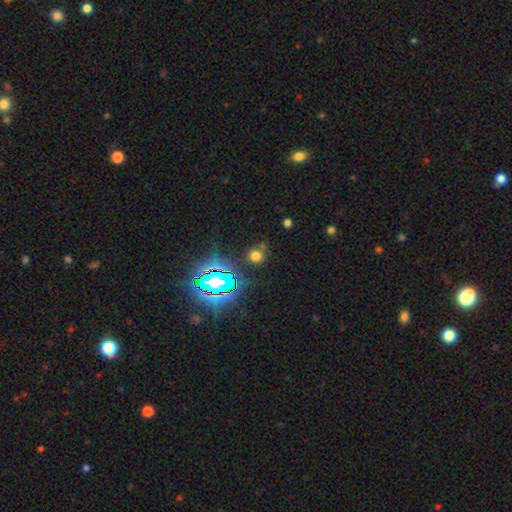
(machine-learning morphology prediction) Smooth or featured?
  - smooth: 59% *
  - star or artifact: 34%
  - featured or disk: 8%
How rounded?
  - round: 84% *
  - in between: 14%
  - cigar-shaped: 1%
Merging?
  - none: 74% *
  - minor disturbance: 12%
  - merger: 9%
  - major disturbance: 5%